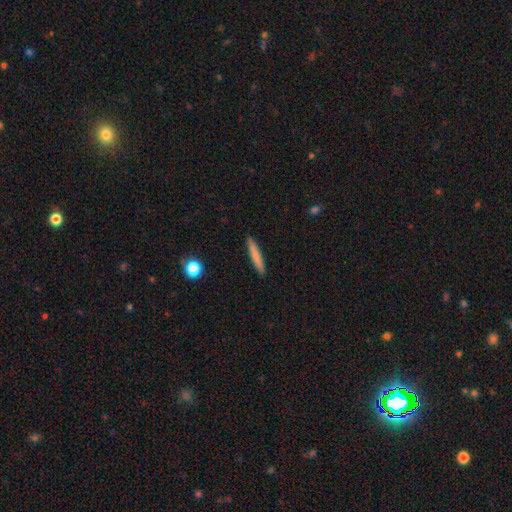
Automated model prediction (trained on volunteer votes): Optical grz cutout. It shows a smooth galaxy with no disk features (76%) that is cigar-shaped (94%). Merging: none (91%).